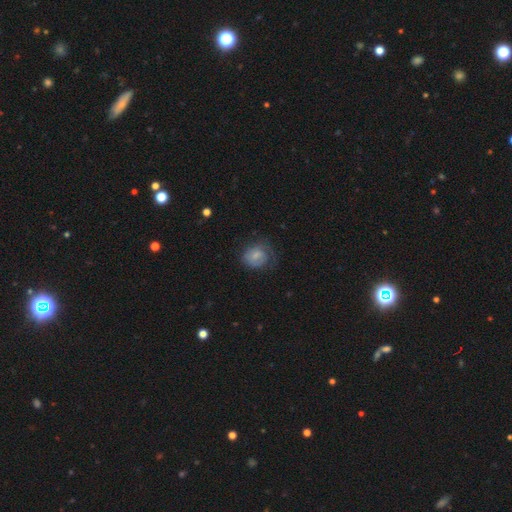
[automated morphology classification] Smooth or featured: smooth — 57% (featured or disk — 35%)
How rounded: round — 63% (in between — 36%)
Merging: none — 50% (minor disturbance — 26%)